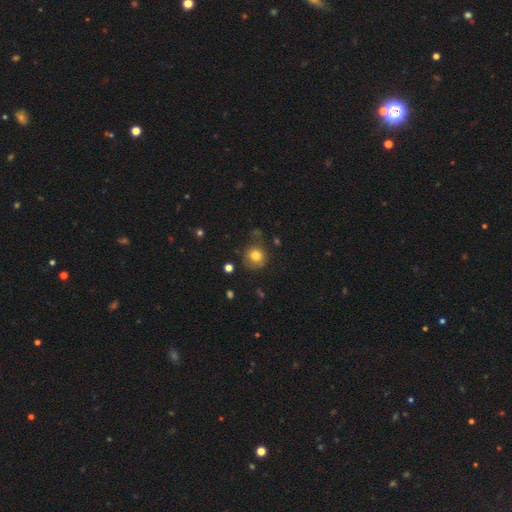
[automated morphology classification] Smooth or featured? Predicted: smooth (p=0.80). How rounded? Predicted: round (p=0.89). Merging? Predicted: none (p=0.77).